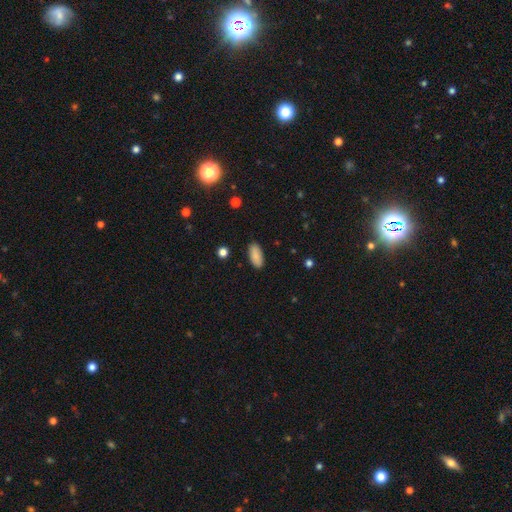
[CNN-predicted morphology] The model was most divided on "how rounded": in between: 88%, cigar-shaped: 10%, round: 2%. More confident: merging — none (89%); smooth or featured — smooth (89%).